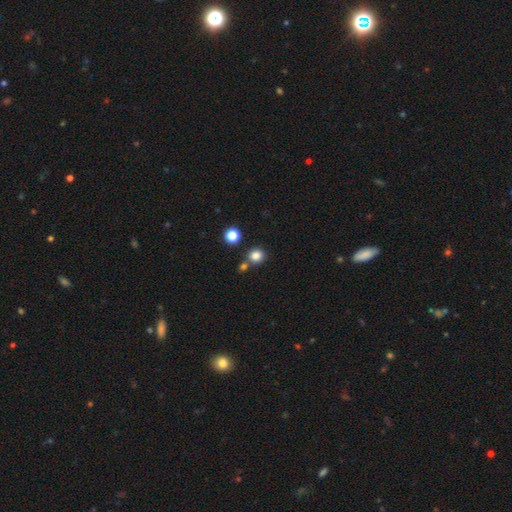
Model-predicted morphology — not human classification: Smooth or featured? Predicted: smooth (p=0.83). How rounded? Predicted: round (p=0.83). Merging? Predicted: none (p=0.72).